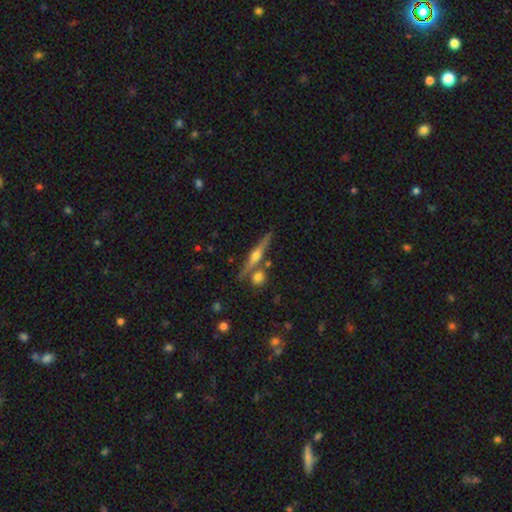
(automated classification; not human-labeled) featured or disk 73%, smooth 20%, star or artifact 7%. Down the decision tree: edge-on disk — yes (97%); edge-on bulge — rounded (91%); merging — none (77%).